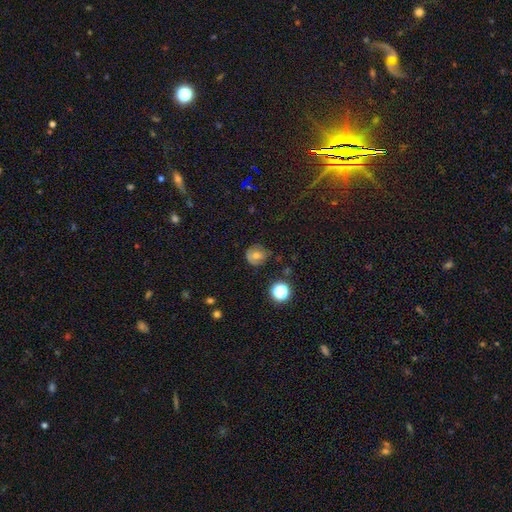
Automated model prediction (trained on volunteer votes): Smooth or featured?
  - smooth: 54% *
  - featured or disk: 31%
  - star or artifact: 15%
How rounded?
  - round: 82% *
  - in between: 17%
  - cigar-shaped: 1%
Merging?
  - none: 68% *
  - minor disturbance: 22%
  - major disturbance: 8%
  - merger: 2%